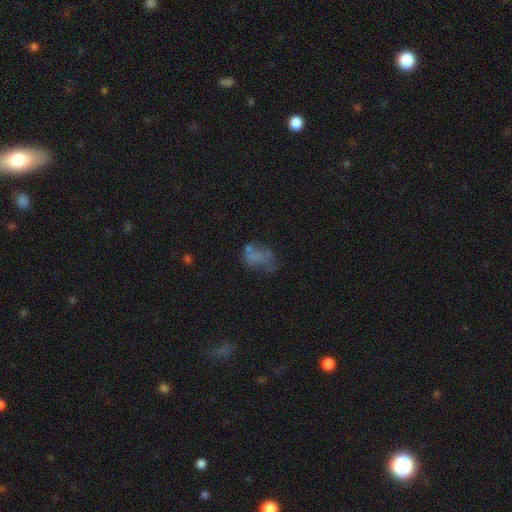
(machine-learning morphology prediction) type=smooth (54%); roundness=in between (77%); merging=none (37%).